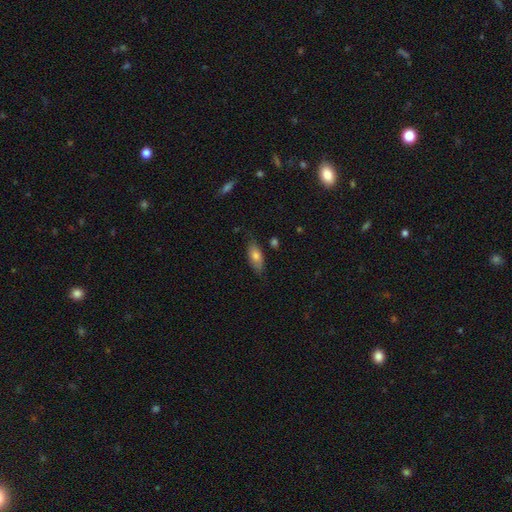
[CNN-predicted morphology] Smooth or featured: smooth — 74% (featured or disk — 19%)
How rounded: in between — 82% (cigar-shaped — 16%)
Merging: none — 76% (minor disturbance — 18%)